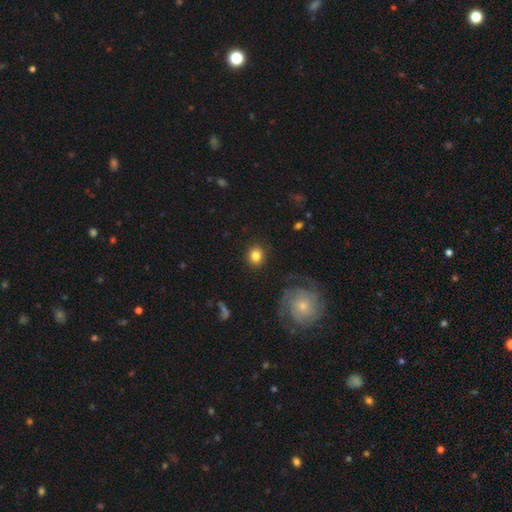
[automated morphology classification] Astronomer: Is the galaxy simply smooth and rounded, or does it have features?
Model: smooth — 82%.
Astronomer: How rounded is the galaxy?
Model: round — 74%.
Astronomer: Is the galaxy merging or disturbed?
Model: none — 87%.